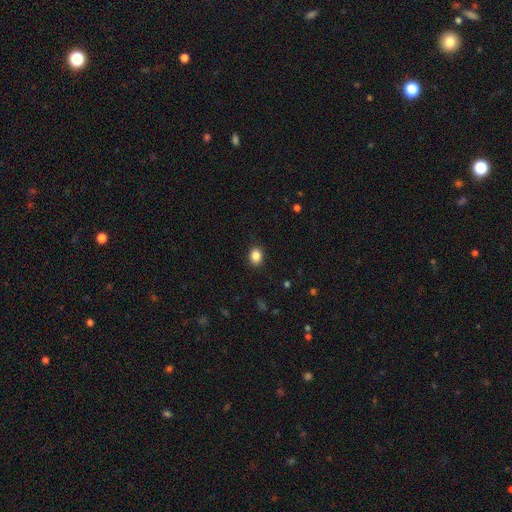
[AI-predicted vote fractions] smooth 86%, star or artifact 9%, featured or disk 4%. Down the decision tree: how rounded — in between (53%); merging — none (90%).